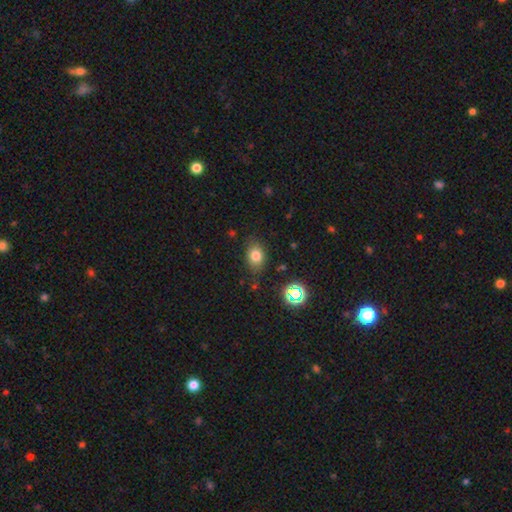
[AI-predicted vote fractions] Overall: smooth (77%). How rounded: in between (66%; round 32%). Merging: none (76%).